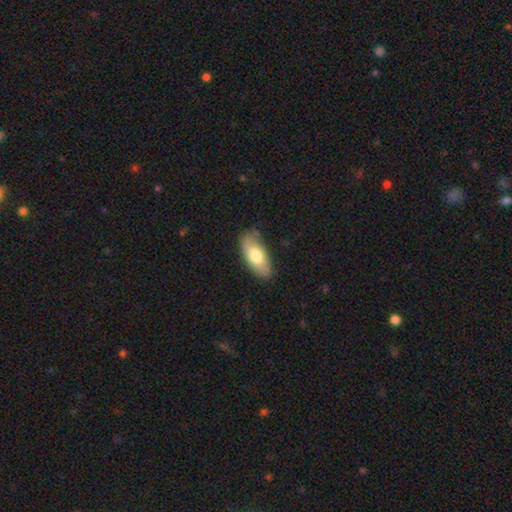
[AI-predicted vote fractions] Smooth or featured?
  - smooth: 72% *
  - featured or disk: 23%
  - star or artifact: 6%
How rounded?
  - in between: 87% *
  - cigar-shaped: 10%
  - round: 3%
Merging?
  - none: 79% *
  - minor disturbance: 17%
  - major disturbance: 3%
  - merger: 1%